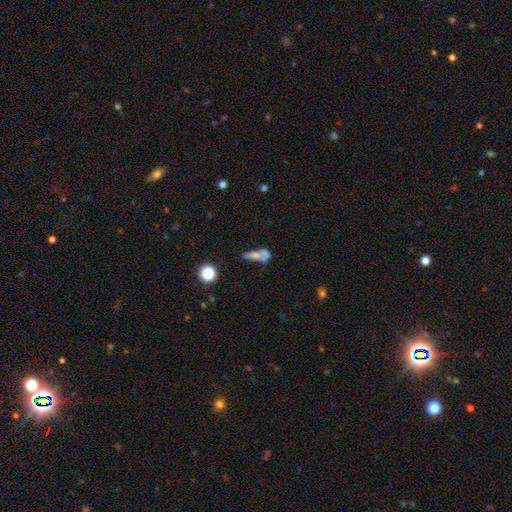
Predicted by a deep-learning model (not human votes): This is possibly a smooth galaxy (56%). How rounded: possibly in between (55%). Merging: possibly merger (52%).